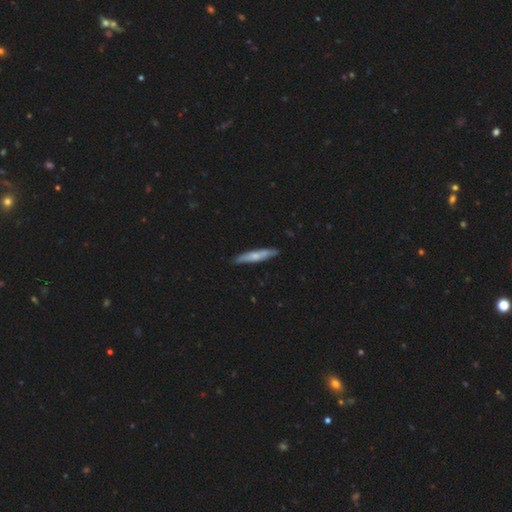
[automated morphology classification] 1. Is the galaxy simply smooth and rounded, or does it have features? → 54% smooth, 40% featured or disk, 5% star or artifact.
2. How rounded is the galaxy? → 90% cigar-shaped, 8% in between, 1% round.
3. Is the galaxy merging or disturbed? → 85% none, 12% minor disturbance, 2% major disturbance, 1% merger.